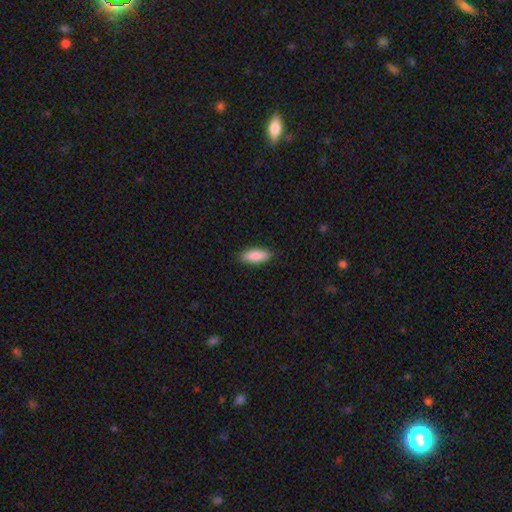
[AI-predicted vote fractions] A smooth galaxy with no disk features (89%) that is in between round and cigar-shaped (76%). Merging: none (89%).